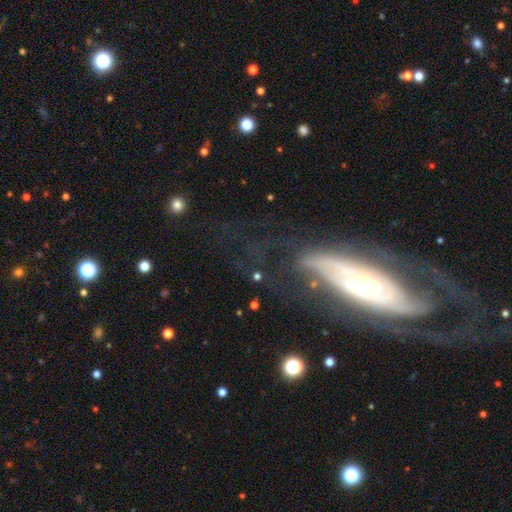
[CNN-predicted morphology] Smooth or featured? Predicted: featured or disk (p=0.79). Edge-on disk? Predicted: no (p=0.81). Bar? Predicted: no (p=0.60). Spiral arms? Predicted: yes (p=0.87). Spiral winding? Predicted: tight (p=0.56). Spiral arm count? Predicted: 2 (p=0.39, tied with can't tell). Bulge size? Predicted: small (p=0.61). Merging? Predicted: none (p=0.62).